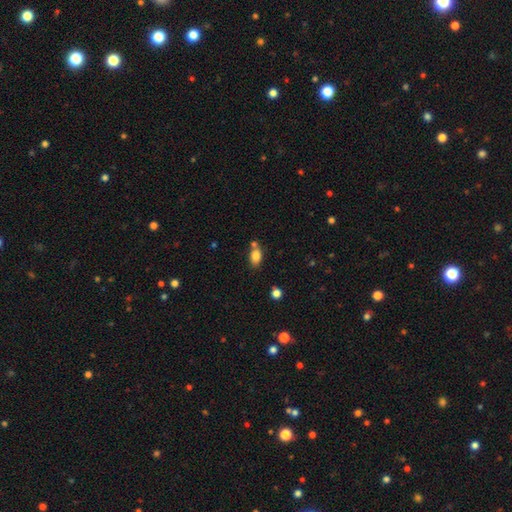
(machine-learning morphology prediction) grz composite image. It shows a smooth galaxy with no disk features (82%) that is in between round and cigar-shaped (87%). Merging: none (64%).